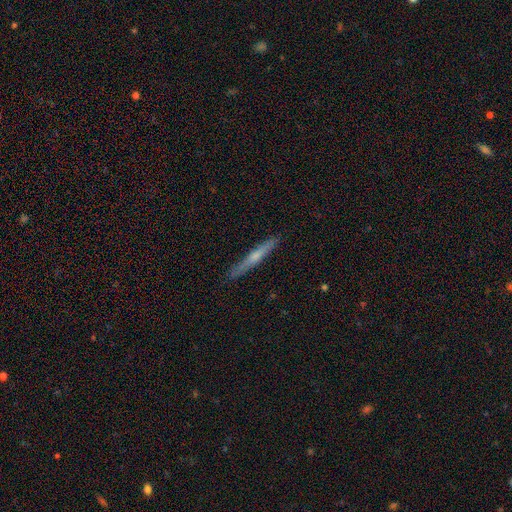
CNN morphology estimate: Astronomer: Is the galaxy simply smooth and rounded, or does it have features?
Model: featured or disk — 51% (runner-up: smooth, 43%).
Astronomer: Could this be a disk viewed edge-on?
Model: yes — 96%.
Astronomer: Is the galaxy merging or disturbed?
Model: none — 90%.